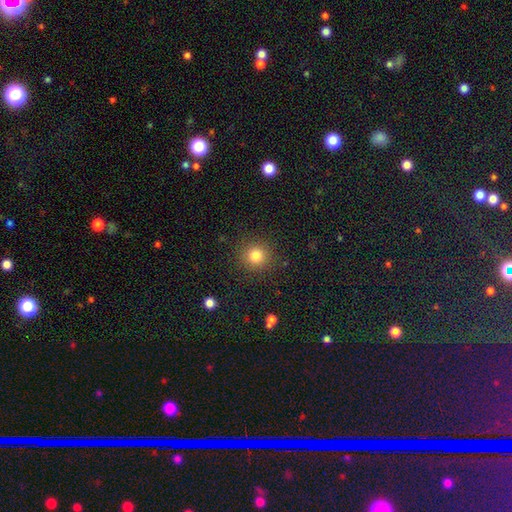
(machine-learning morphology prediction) This is clearly a smooth galaxy (81%). How rounded: clearly round (93%). Merging: clearly none (89%).